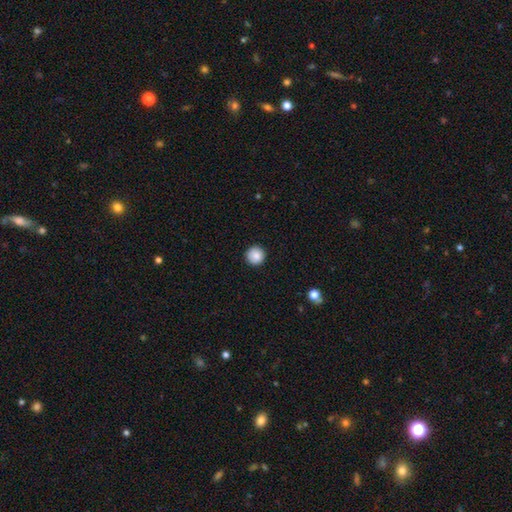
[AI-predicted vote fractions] Morphology: type=smooth (87%); roundness=round (96%); merging=none (92%).